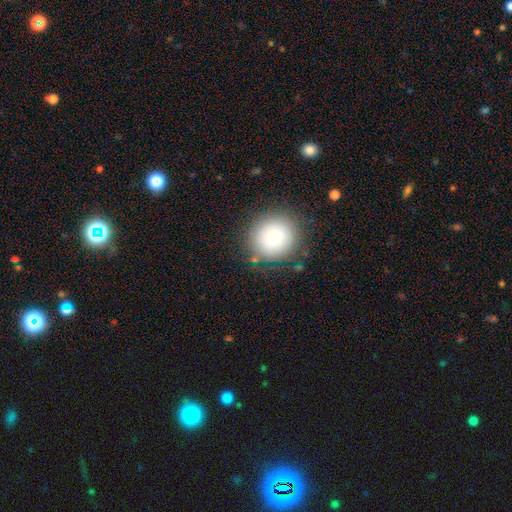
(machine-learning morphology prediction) The model was most divided on "smooth or featured": smooth: 67%, featured or disk: 19%, star or artifact: 13%. More confident: how rounded — round (93%); merging — none (84%).